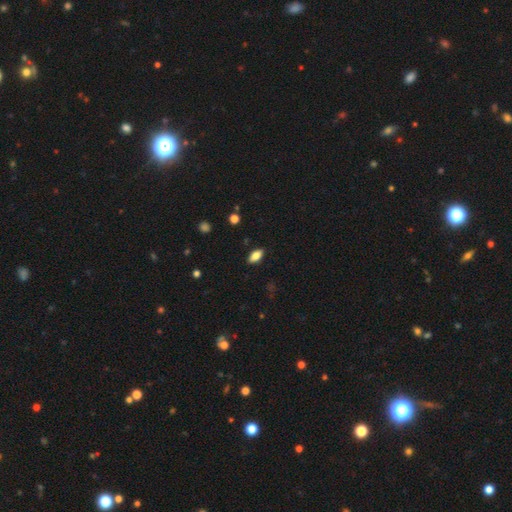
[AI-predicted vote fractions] This appears to be a smooth galaxy with no disk features (81%) that is in between round and cigar-shaped (89%). Merging: none (88%).